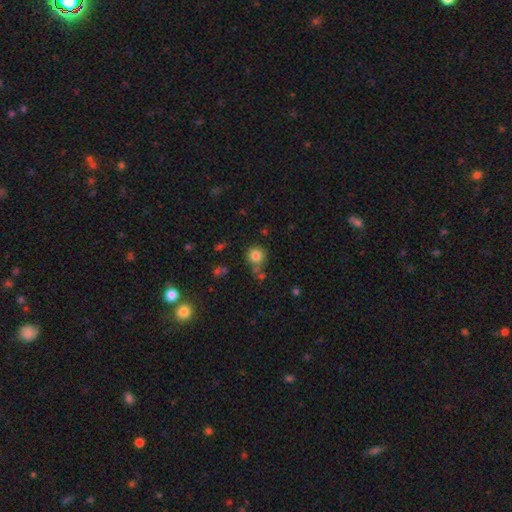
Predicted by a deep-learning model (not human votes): This appears to be a smooth galaxy with no disk features (81%) that is round (88%). Merging: none (67%).